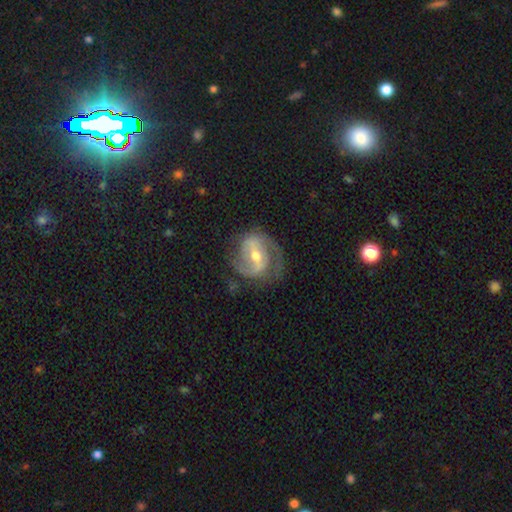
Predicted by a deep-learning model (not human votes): This appears to be a featured or disk galaxy (85%) with a strong bar (42%, tied with weak), 2 (83%) medium (50%) spiral arms (93%) and a moderate central bulge (64%). Merging: none (68%).